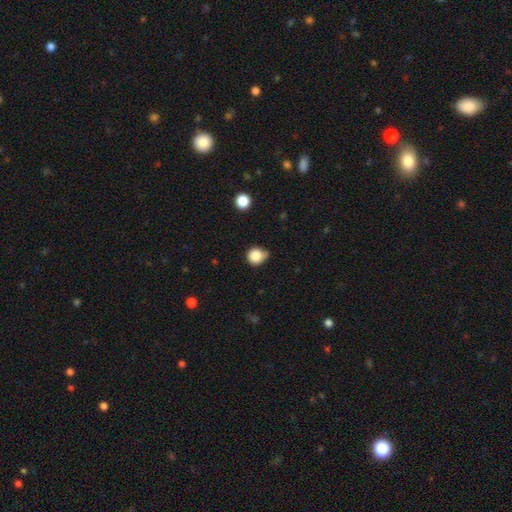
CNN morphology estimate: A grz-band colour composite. It shows a smooth galaxy with no disk features (85%) that is round (89%). Merging: none (56%).